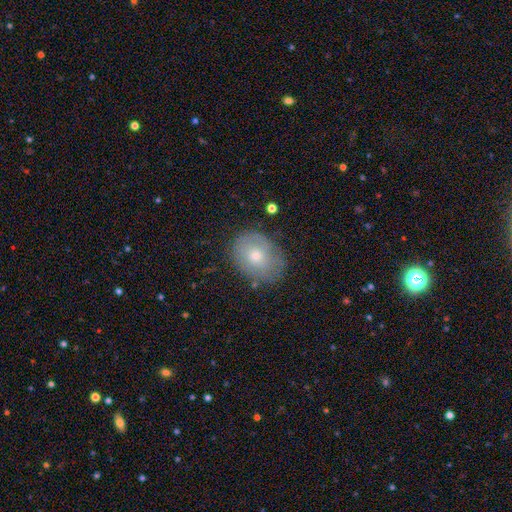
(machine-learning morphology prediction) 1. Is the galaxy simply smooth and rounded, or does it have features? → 58% smooth, 33% featured or disk, 9% star or artifact.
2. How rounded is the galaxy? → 59% in between, 40% round, 1% cigar-shaped.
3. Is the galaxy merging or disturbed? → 76% none, 18% minor disturbance, 5% major disturbance, 2% merger.